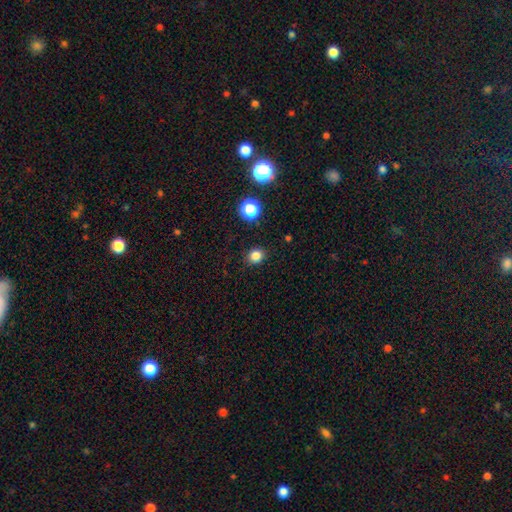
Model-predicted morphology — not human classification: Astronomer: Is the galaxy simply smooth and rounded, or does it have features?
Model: smooth — 83%.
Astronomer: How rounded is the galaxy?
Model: round — 78%.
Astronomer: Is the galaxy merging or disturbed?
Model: none — 89%.